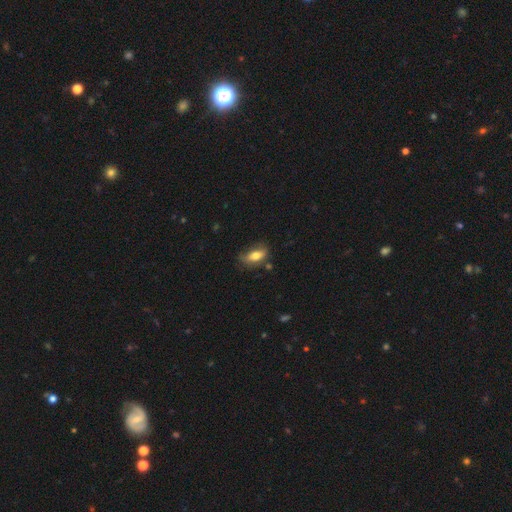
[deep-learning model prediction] Smooth or featured: smooth — 71% (featured or disk — 22%)
How rounded: in between — 84% (cigar-shaped — 11%)
Merging: none — 58% (minor disturbance — 29%)